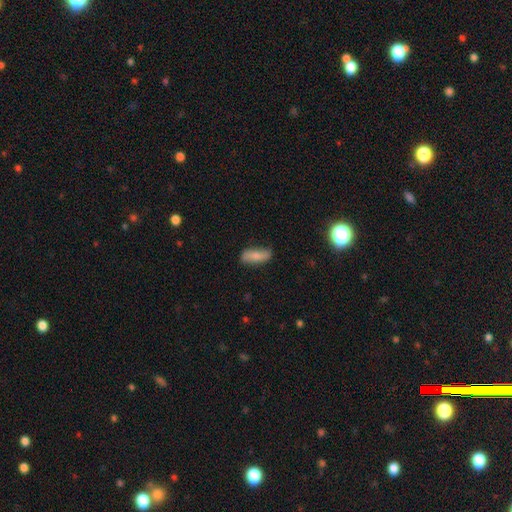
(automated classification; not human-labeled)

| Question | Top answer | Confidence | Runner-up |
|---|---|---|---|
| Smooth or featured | smooth | 69% | featured or disk (24%) |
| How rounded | in between | 67% | cigar-shaped (30%) |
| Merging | none | 71% | minor disturbance (23%) |